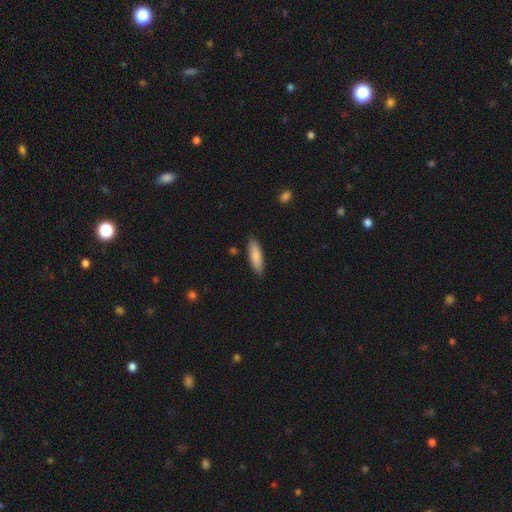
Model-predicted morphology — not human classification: smooth-or-featured: smooth: 84% | featured or disk: 11% | star or artifact: 6%
  how-rounded: cigar-shaped: 56% | in between: 43% | round: 2%
  merging: none: 87% | minor disturbance: 10% | major disturbance: 2% | merger: 2%